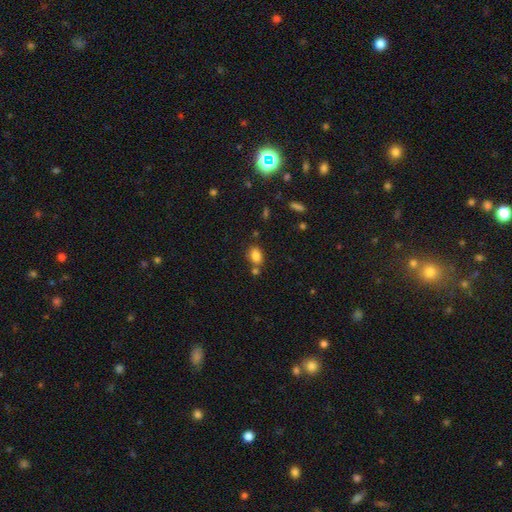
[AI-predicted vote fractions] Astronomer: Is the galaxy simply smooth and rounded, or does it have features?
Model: smooth — 83%.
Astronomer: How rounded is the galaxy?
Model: in between — 77%.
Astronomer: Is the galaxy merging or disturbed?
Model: none — 66%.